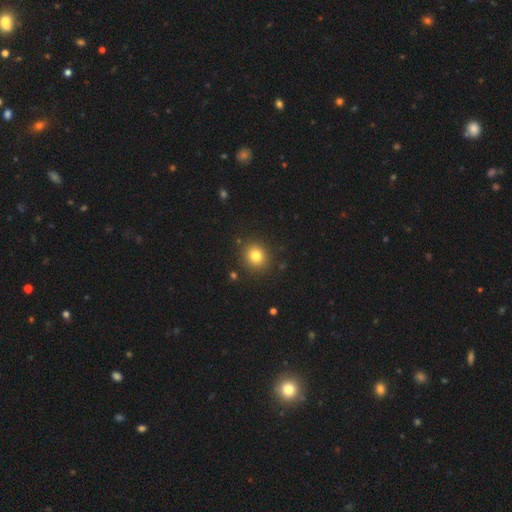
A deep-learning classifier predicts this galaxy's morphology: Smooth or featured?
  - smooth: 80% *
  - star or artifact: 13%
  - featured or disk: 7%
How rounded?
  - round: 86% *
  - in between: 13%
  - cigar-shaped: 1%
Merging?
  - none: 89% *
  - minor disturbance: 7%
  - major disturbance: 2%
  - merger: 2%